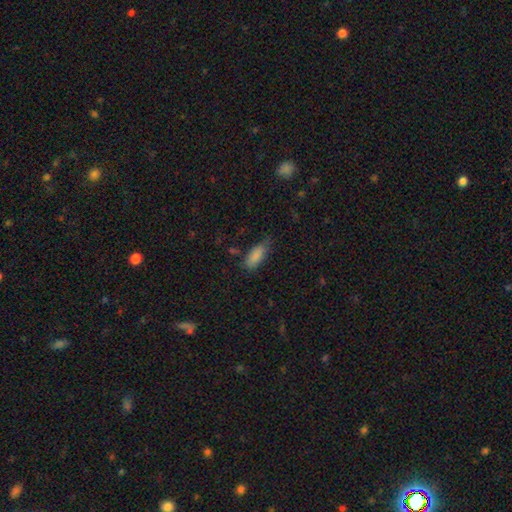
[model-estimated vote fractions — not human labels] This appears to be a smooth galaxy with no disk features (85%) that is in between round and cigar-shaped (83%). Merging: none (58%).